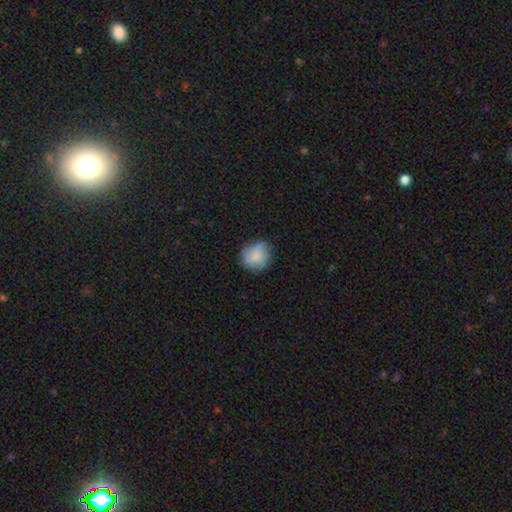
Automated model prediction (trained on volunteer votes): smooth-or-featured: smooth: 76% | featured or disk: 17% | star or artifact: 8%
  how-rounded: round: 74% | in between: 25% | cigar-shaped: 1%
  merging: none: 71% | minor disturbance: 22% | major disturbance: 6% | merger: 1%